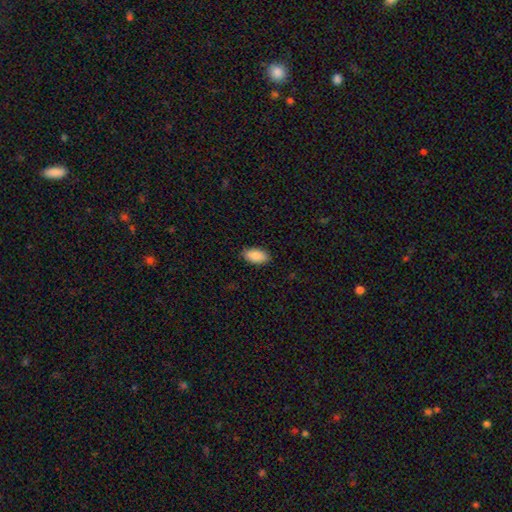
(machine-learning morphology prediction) Smooth or featured: smooth — 90% (star or artifact — 6%)
How rounded: in between — 95% (cigar-shaped — 3%)
Merging: none — 88% (minor disturbance — 9%)